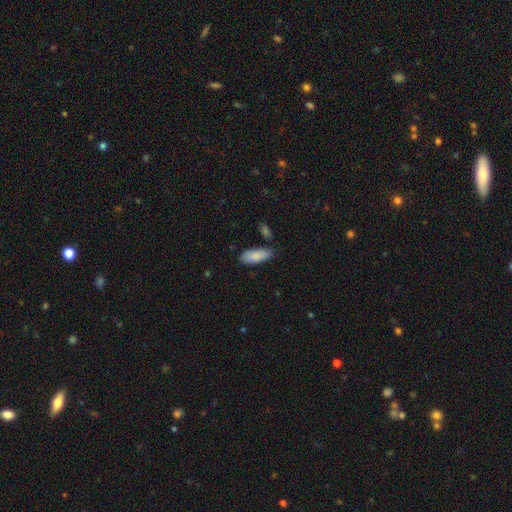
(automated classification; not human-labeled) smooth-or-featured: smooth: 86% | featured or disk: 8% | star or artifact: 6%
  how-rounded: in between: 79% | cigar-shaped: 19% | round: 2%
  merging: none: 74% | minor disturbance: 18% | merger: 5% | major disturbance: 3%